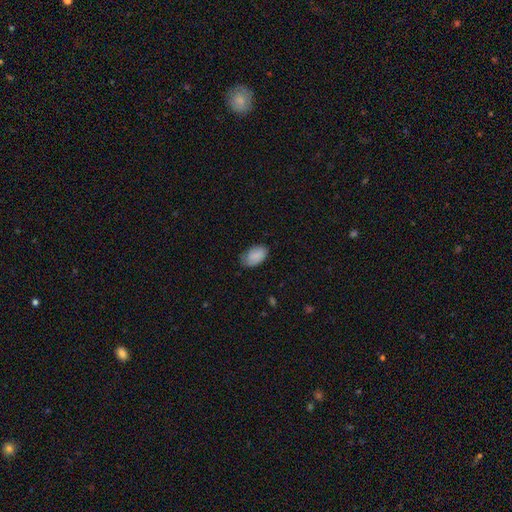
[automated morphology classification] Smooth or featured? smooth (84%)
How rounded? in between (92%)
Merging? none (64%)